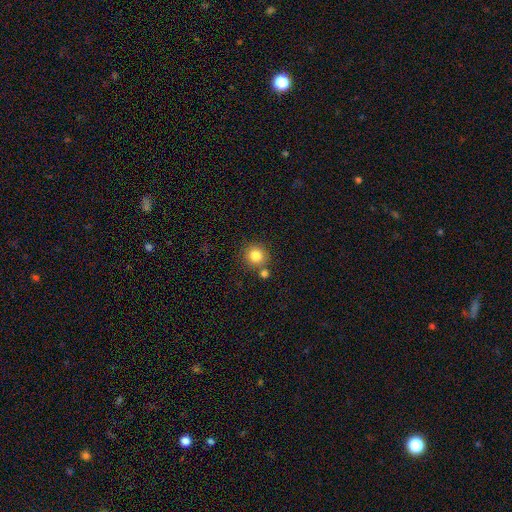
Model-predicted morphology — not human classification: Smooth or featured? smooth (83%)
How rounded? round (92%)
Merging? none (74%)